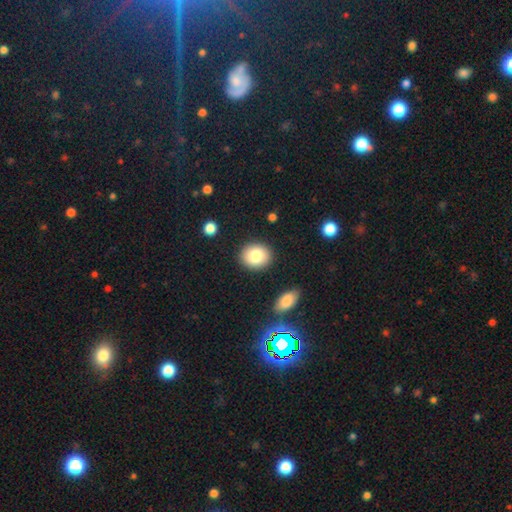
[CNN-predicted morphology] A smooth galaxy with no disk features (81%) that is round (65%).

Vote fractions:
- Smooth or featured? smooth: 81% / featured or disk: 10% / star or artifact: 9%
- How rounded? round: 65% / in between: 34% / cigar-shaped: 1%
- Merging? none: 88% / minor disturbance: 8% / major disturbance: 2% / merger: 2%